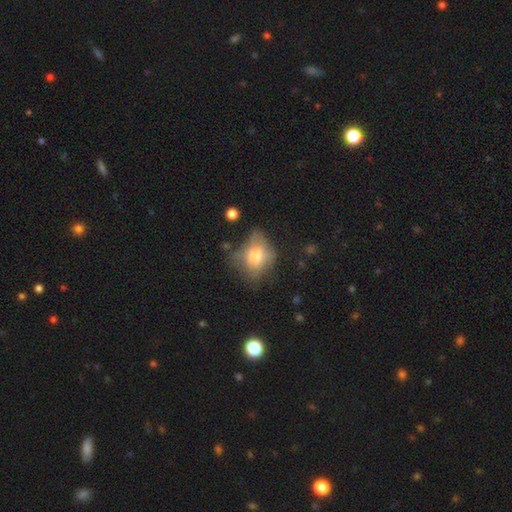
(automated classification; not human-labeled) A smooth galaxy with no disk features (63%) that is in between round and cigar-shaped (65%). Merging: none (32%).